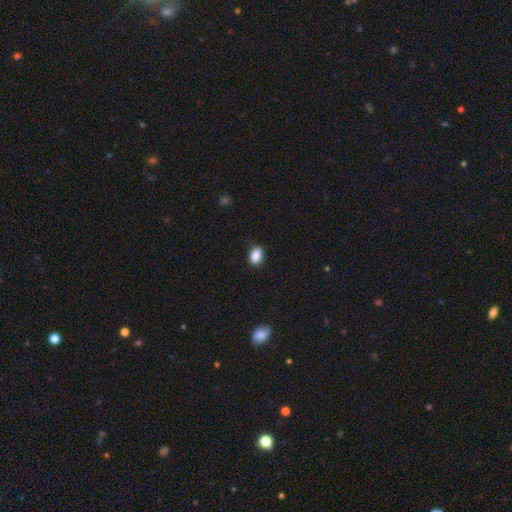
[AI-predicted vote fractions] A smooth galaxy with no disk features (87%) that is in between round and cigar-shaped (79%). Merging: none (82%).